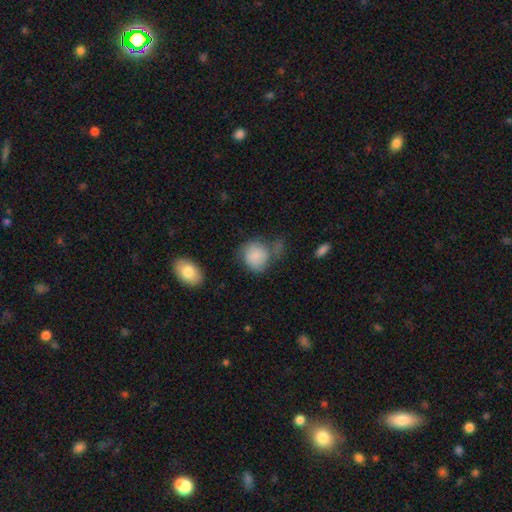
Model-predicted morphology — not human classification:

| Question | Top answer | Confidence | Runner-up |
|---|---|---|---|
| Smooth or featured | smooth | 83% | featured or disk (10%) |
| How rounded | round | 76% | in between (23%) |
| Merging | none | 44% | minor disturbance (25%) |